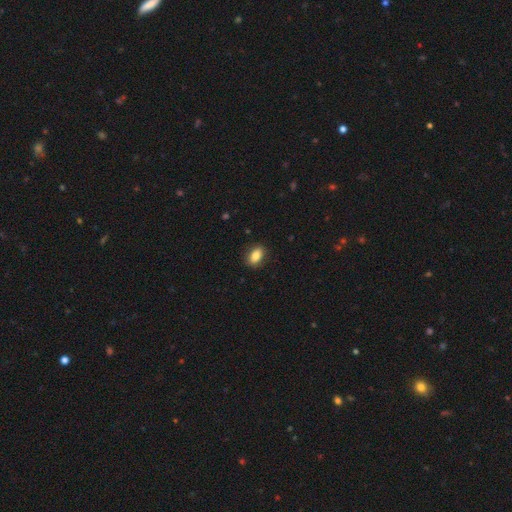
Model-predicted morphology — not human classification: Smooth or featured? smooth (87%)
How rounded? in between (86%)
Merging? none (88%)